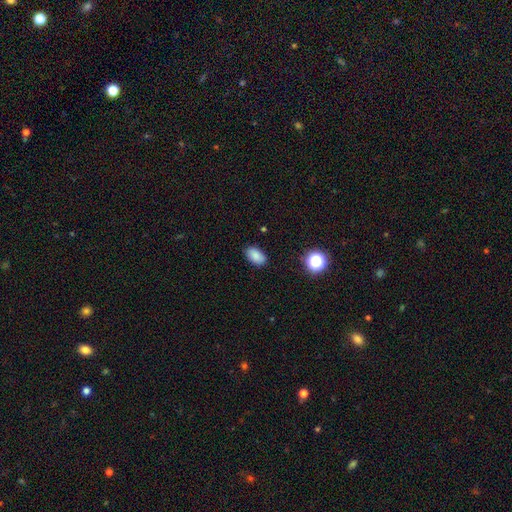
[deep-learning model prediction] Smooth or featured? Predicted: smooth (p=0.85). How rounded? Predicted: in between (p=0.91). Merging? Predicted: none (p=0.86).